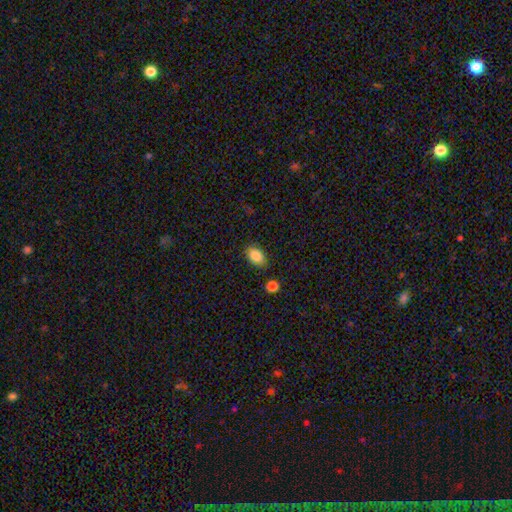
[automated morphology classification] A smooth galaxy with no disk features (85%) that is in between round and cigar-shaped (89%).

Vote fractions:
- Smooth or featured? smooth: 85% / star or artifact: 8% / featured or disk: 7%
- How rounded? in between: 89% / round: 10% / cigar-shaped: 2%
- Merging? none: 85% / minor disturbance: 10% / merger: 2% / major disturbance: 2%